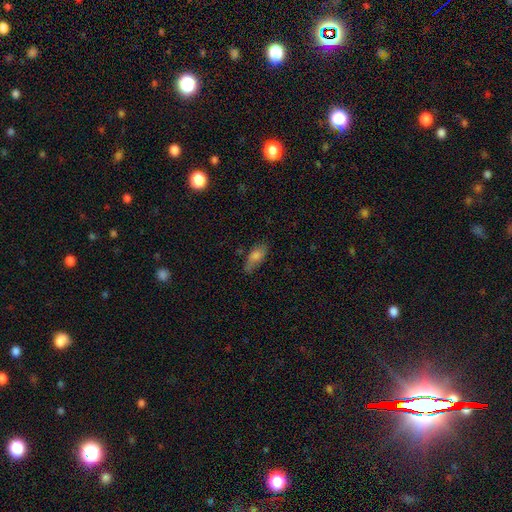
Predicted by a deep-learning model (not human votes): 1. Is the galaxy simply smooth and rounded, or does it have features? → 69% smooth, 21% featured or disk, 10% star or artifact.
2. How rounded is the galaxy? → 74% in between, 22% cigar-shaped, 4% round.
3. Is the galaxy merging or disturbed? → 67% none, 24% minor disturbance, 6% major disturbance, 2% merger.